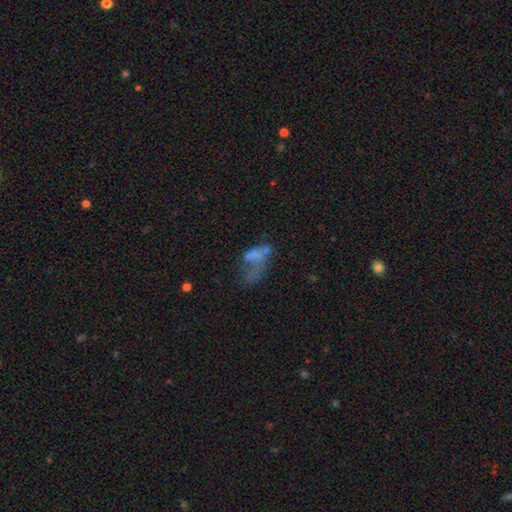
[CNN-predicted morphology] Q: Smooth or featured?
A: smooth (48%); runner-up: featured or disk (35%)
Q: Merging?
A: major disturbance (47%); runner-up: none (19%)